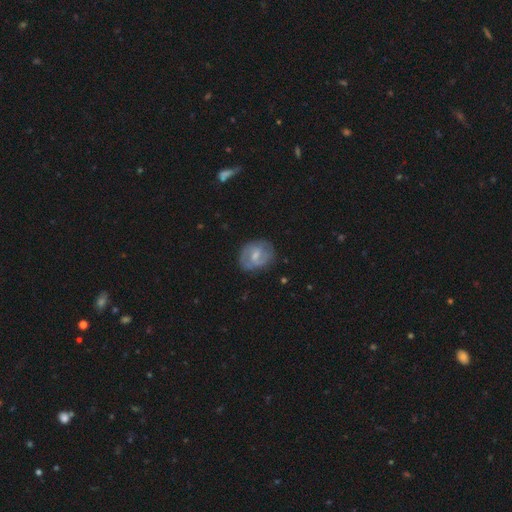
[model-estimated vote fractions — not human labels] Morphology: type=featured or disk (62%); edge-on=no (97%); bar=weak (57%); spiral arms=yes (77%); bulge=small (46%); merging=none (71%).